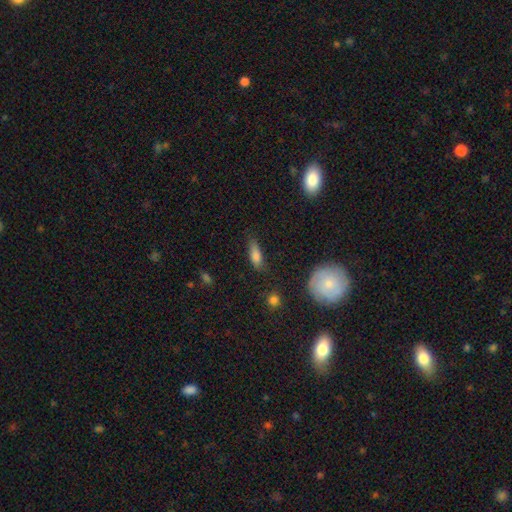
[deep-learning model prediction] A smooth galaxy with no disk features (75%) that is in between round and cigar-shaped (58%).

Vote fractions:
- Smooth or featured? smooth: 75% / featured or disk: 16% / star or artifact: 9%
- How rounded? in between: 58% / cigar-shaped: 37% / round: 5%
- Merging? none: 67% / minor disturbance: 24% / major disturbance: 7% / merger: 3%